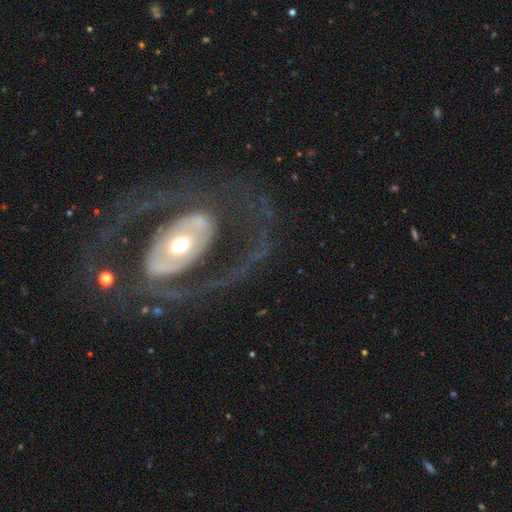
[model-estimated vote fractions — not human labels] A featured or disk galaxy (81%) with no bar (54%), spiral arms (57%) and a moderate central bulge (62%).

Vote fractions:
- Smooth or featured? featured or disk: 81% / smooth: 13% / star or artifact: 6%
- Edge-on disk? no: 94% / yes: 6%
- Bar? no: 54% / weak: 23% / strong: 23%
- Spiral arms? yes: 57% / no: 43%
- Bulge size? moderate: 62% / small: 20% / large: 15% / dominant: 3% / none: 1%
- Merging? none: 75% / major disturbance: 13% / minor disturbance: 10% / merger: 2%